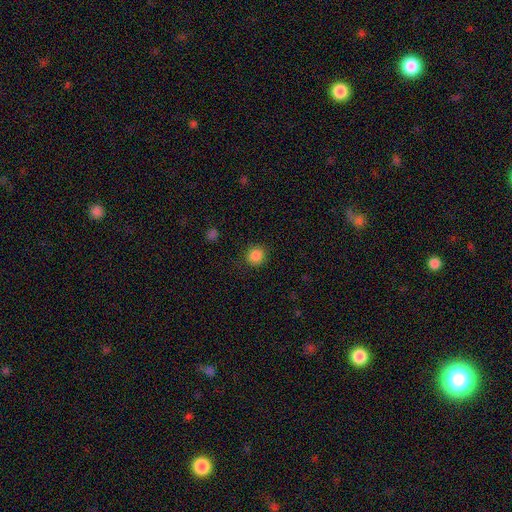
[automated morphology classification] A smooth galaxy with no disk features (86%) that is round (90%). Merging: none (89%).